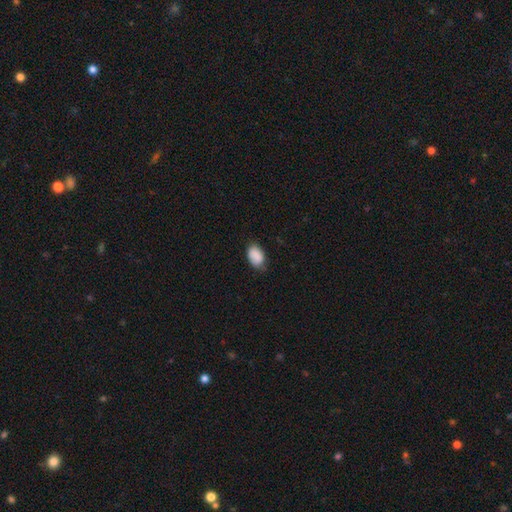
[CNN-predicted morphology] smooth-or-featured: smooth: 88% | star or artifact: 7% | featured or disk: 5%
  how-rounded: in between: 86% | round: 13% | cigar-shaped: 1%
  merging: none: 70% | minor disturbance: 25% | major disturbance: 4% | merger: 1%